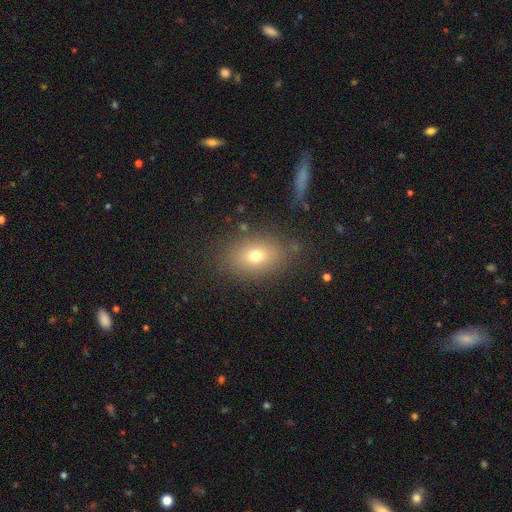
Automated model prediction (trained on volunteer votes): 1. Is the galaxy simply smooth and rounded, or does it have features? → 72% smooth, 15% featured or disk, 13% star or artifact.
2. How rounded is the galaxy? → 73% in between, 26% round, 2% cigar-shaped.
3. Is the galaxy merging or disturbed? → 82% none, 11% minor disturbance, 5% major disturbance, 2% merger.